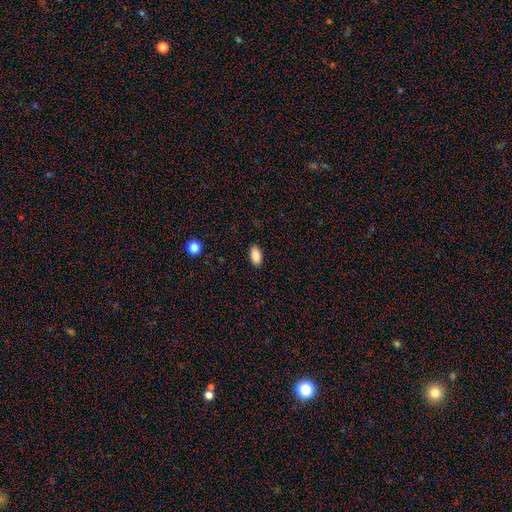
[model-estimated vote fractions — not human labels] The model was most divided on "smooth or featured": smooth: 88%, star or artifact: 8%, featured or disk: 4%. More confident: how rounded — in between (93%); merging — none (89%).